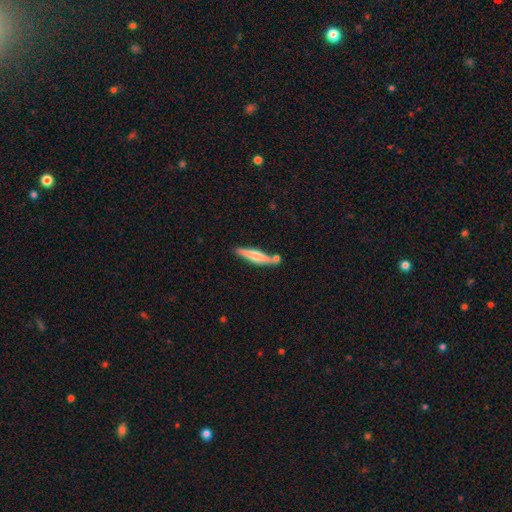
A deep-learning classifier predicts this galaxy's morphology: Overall: smooth (53%; featured or disk 42%). How rounded: cigar-shaped (89%). Merging: none (70%).